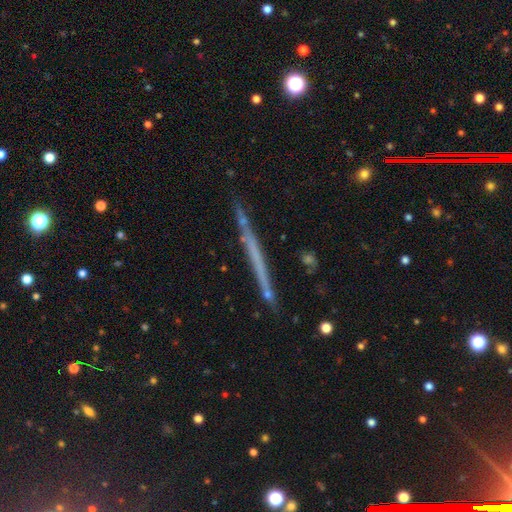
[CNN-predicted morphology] A featured or disk galaxy (56%) viewed edge-on (97%) with no central bulge (89%). Merging: none (88%).